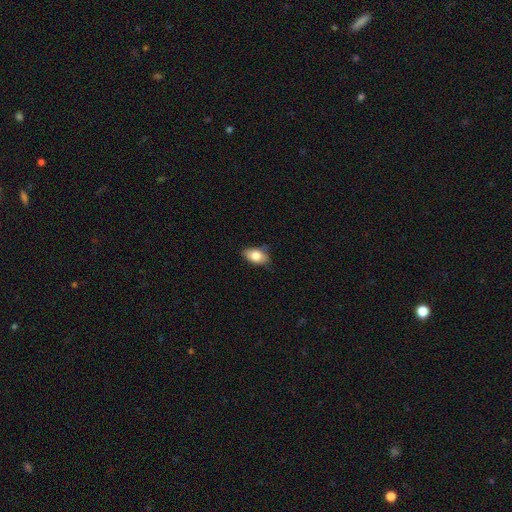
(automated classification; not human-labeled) Smooth or featured? smooth (79%)
How rounded? in between (88%)
Merging? none (71%)